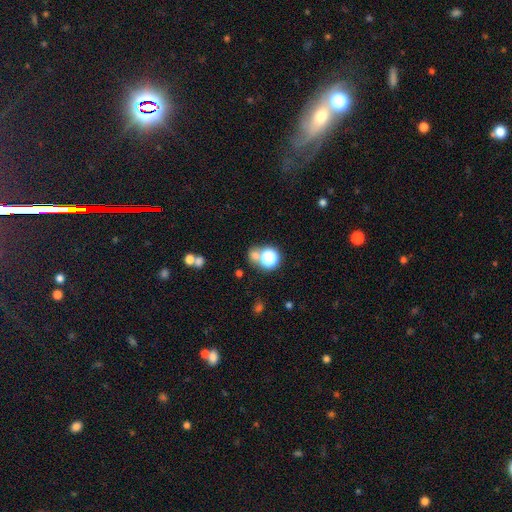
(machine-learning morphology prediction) type=smooth (59%); roundness=round (77%); merging=none (58%).